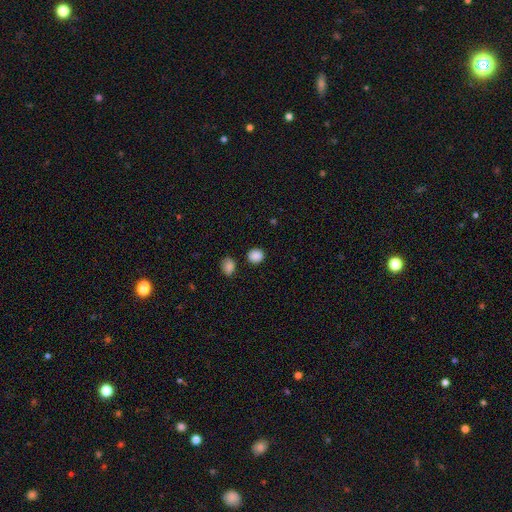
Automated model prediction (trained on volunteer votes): This appears to be a smooth galaxy with no disk features (87%) that is round (85%). Merging: none (85%).